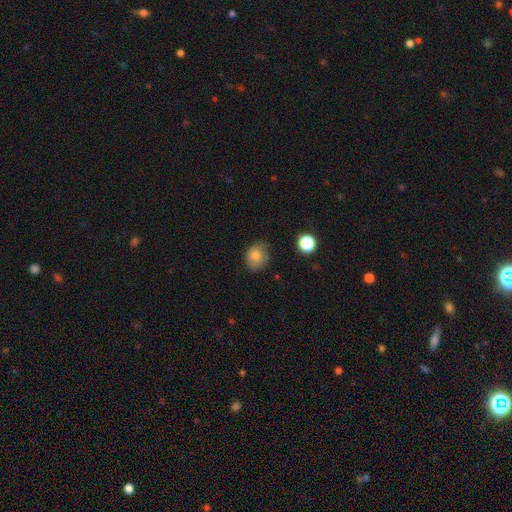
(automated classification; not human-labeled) A smooth galaxy with no disk features (77%) that is round (52%).

Vote fractions:
- Smooth or featured? smooth: 77% / featured or disk: 13% / star or artifact: 10%
- How rounded? round: 52% / in between: 47% / cigar-shaped: 1%
- Merging? none: 66% / minor disturbance: 26% / major disturbance: 7% / merger: 2%